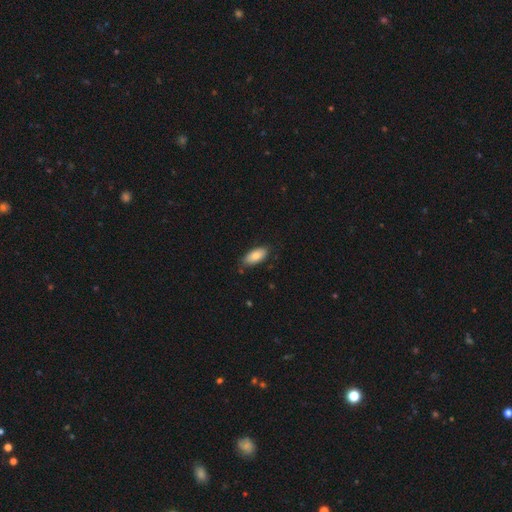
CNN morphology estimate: Smooth or featured? Predicted: smooth (p=0.81). How rounded? Predicted: in between (p=0.88). Merging? Predicted: none (p=0.81).